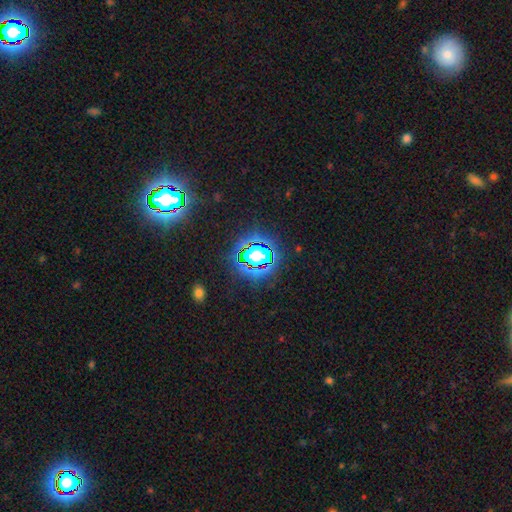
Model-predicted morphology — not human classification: The model was most divided on "smooth or featured": star or artifact: 80%, smooth: 12%, featured or disk: 8%.